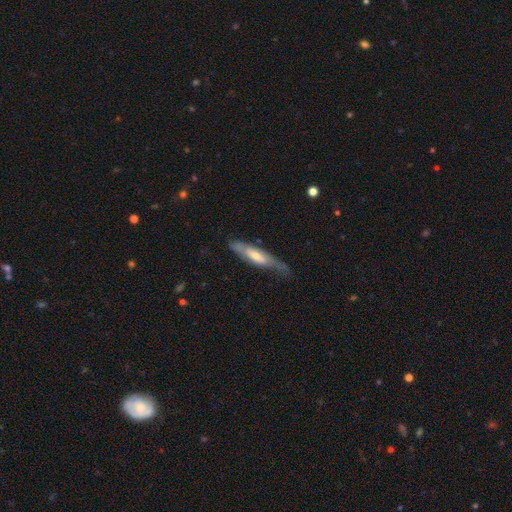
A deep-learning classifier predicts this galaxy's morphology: featured or disk 55%, smooth 39%, star or artifact 6%. Down the decision tree: edge-on disk — yes (58%); merging — none (57%).